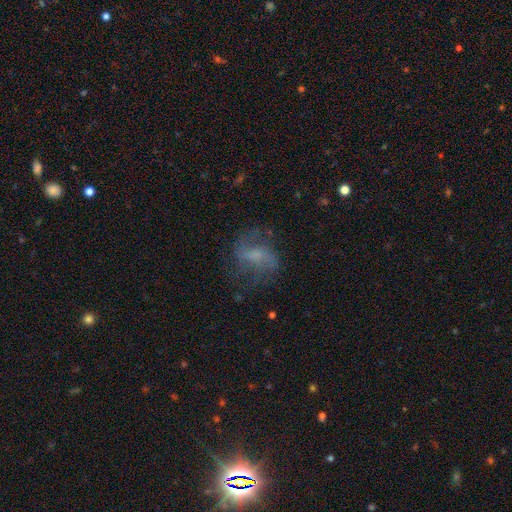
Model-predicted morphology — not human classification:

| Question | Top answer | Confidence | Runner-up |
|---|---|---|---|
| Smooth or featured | featured or disk | 61% | smooth (27%) |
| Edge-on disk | no | 96% | yes (4%) |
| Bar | weak | 48% | no (34%) |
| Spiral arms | yes | 79% | no (21%) |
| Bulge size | small | 41% | none (32%) |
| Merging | none | 58% | minor disturbance (20%) |